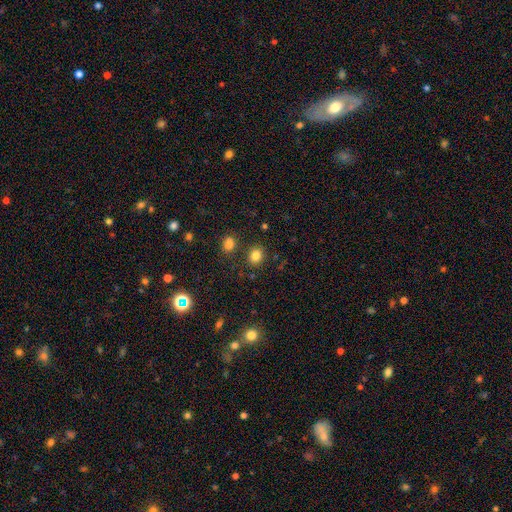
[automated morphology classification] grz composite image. It shows a smooth galaxy with no disk features (82%) that is round (64%). Merging: none (82%).